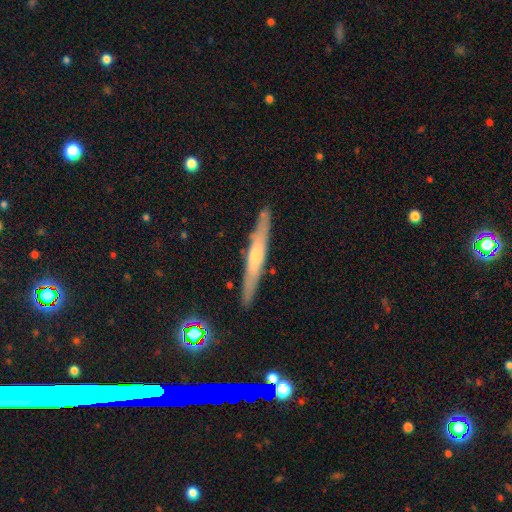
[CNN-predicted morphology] Smooth or featured: featured or disk — 54% (smooth — 41%)
Edge-on disk: yes — 93% (no — 7%)
Edge-on bulge: rounded — 52% (none — 35%)
Merging: none — 87% (minor disturbance — 9%)